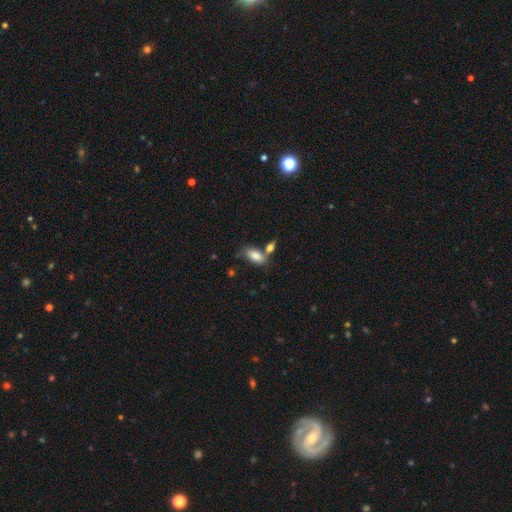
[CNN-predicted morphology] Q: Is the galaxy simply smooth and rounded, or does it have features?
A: smooth — 83%.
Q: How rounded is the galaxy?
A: in between — 88%.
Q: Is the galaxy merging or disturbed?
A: none — 51%.